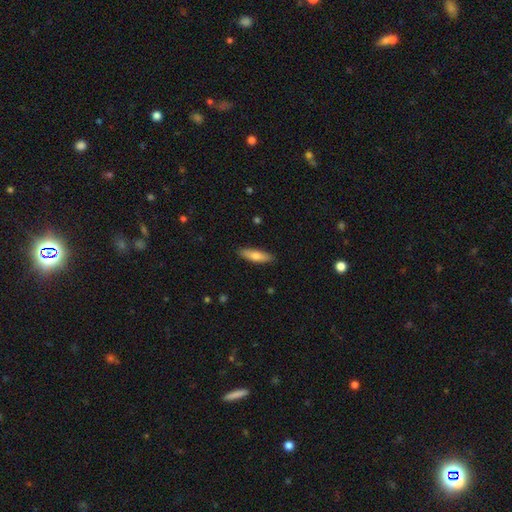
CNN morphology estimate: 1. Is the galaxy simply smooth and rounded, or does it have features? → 73% smooth, 21% featured or disk, 6% star or artifact.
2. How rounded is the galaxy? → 60% cigar-shaped, 38% in between, 2% round.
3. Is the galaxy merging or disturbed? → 88% none, 9% minor disturbance, 2% major disturbance, 1% merger.